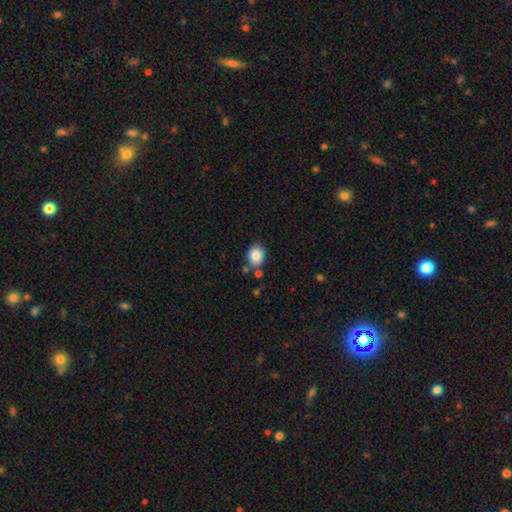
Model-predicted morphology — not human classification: This is clearly a smooth galaxy (86%). How rounded: possibly in between (50%). Merging: likely none (76%).